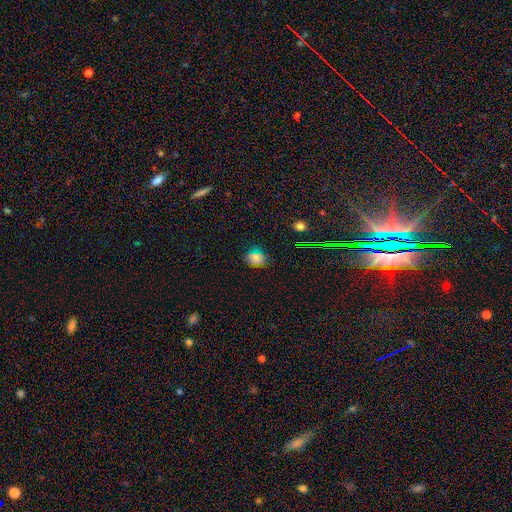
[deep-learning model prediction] Smooth or featured?
  - smooth: 70% *
  - star or artifact: 22%
  - featured or disk: 8%
How rounded?
  - round: 59% *
  - in between: 40%
  - cigar-shaped: 2%
Merging?
  - none: 81% *
  - minor disturbance: 14%
  - major disturbance: 3%
  - merger: 2%